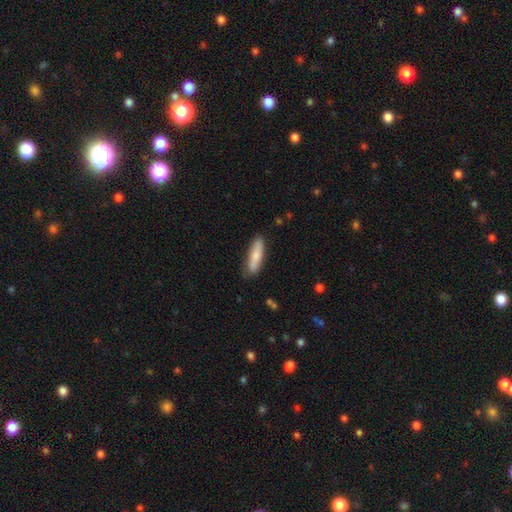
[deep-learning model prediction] Smooth or featured? Predicted: smooth (p=0.75). How rounded? Predicted: cigar-shaped (p=0.67). Merging? Predicted: none (p=0.83).